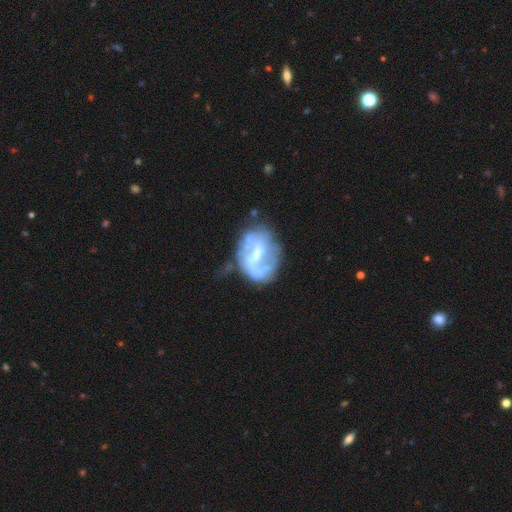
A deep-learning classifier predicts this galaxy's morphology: Smooth or featured?
  - featured or disk: 77% *
  - smooth: 15%
  - star or artifact: 8%
Edge-on disk?
  - no: 98% *
  - yes: 2%
Bar?
  - weak: 47% *
  - strong: 30%
  - no: 23%
Spiral arms?
  - yes: 66% *
  - no: 34%
Bulge size?
  - small: 43% *
  - moderate: 35%
  - none: 17%
  - large: 3%
  - dominant: 1%
Merging?
  - none: 45% *
  - minor disturbance: 24%
  - major disturbance: 23%
  - merger: 8%